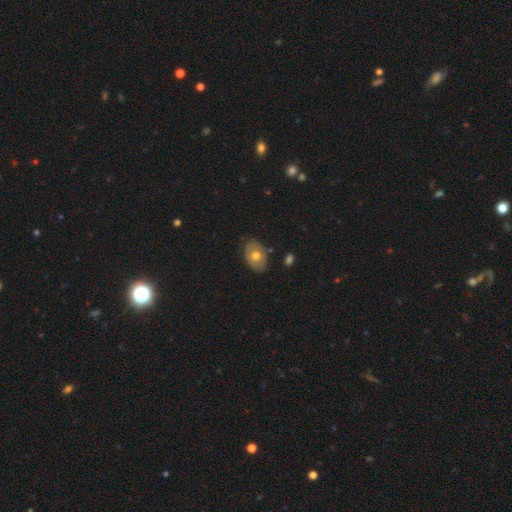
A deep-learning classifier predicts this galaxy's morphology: A smooth galaxy with no disk features (61%) that is in between round and cigar-shaped (81%).

Vote fractions:
- Smooth or featured? smooth: 61% / featured or disk: 32% / star or artifact: 7%
- How rounded? in between: 81% / round: 18% / cigar-shaped: 1%
- Merging? none: 81% / minor disturbance: 14% / major disturbance: 3% / merger: 2%